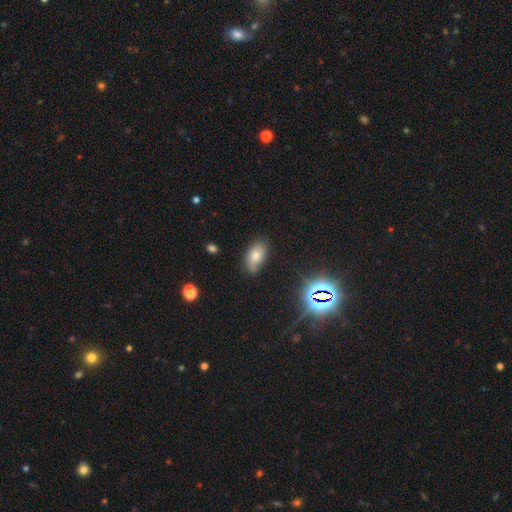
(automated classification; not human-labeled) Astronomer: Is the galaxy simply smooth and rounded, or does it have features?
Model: smooth — 71%.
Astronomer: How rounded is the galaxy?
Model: in between — 91%.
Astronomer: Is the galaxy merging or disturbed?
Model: none — 75%.